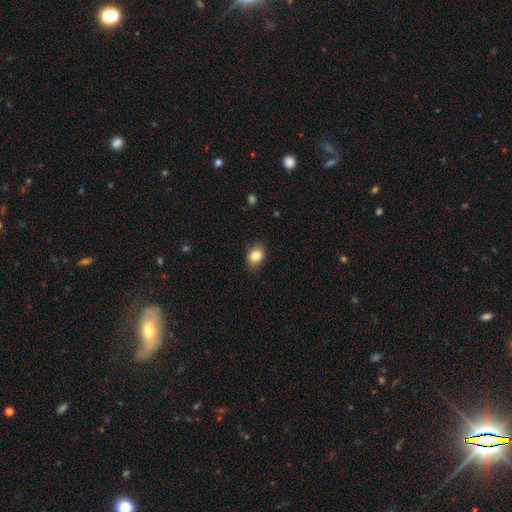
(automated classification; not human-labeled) Q: Smooth or featured?
A: smooth (83%); runner-up: star or artifact (9%)
Q: How rounded?
A: in between (71%); runner-up: round (28%)
Q: Merging?
A: none (85%); runner-up: minor disturbance (12%)